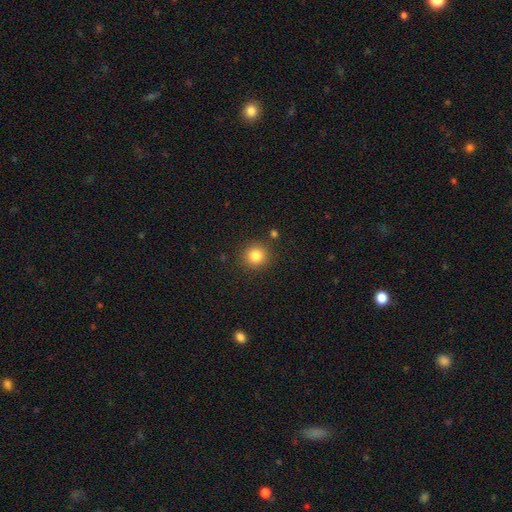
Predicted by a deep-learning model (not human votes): Smooth or featured? smooth (83%)
How rounded? round (92%)
Merging? none (88%)